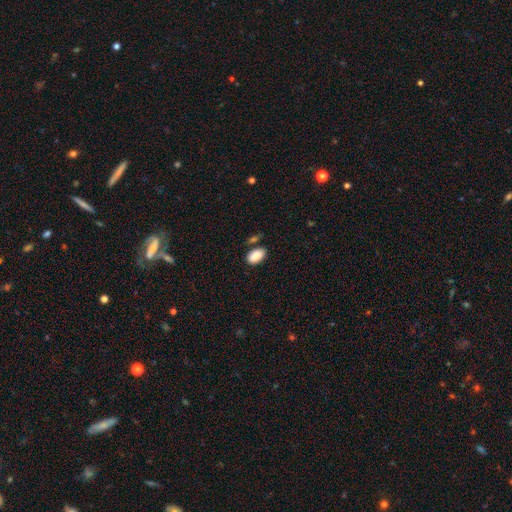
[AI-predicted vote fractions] smooth 89%, star or artifact 7%, featured or disk 4%. Down the decision tree: how rounded — in between (94%); merging — none (76%).